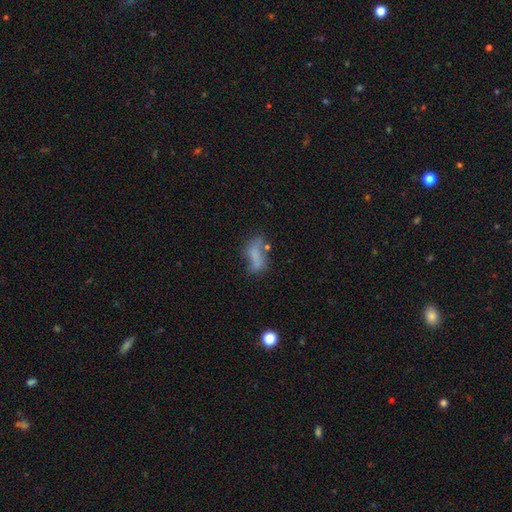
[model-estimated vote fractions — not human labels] Q: Smooth or featured?
A: smooth (55%); runner-up: featured or disk (31%)
Q: How rounded?
A: in between (74%); runner-up: cigar-shaped (20%)
Q: Merging?
A: none (39%); runner-up: minor disturbance (26%)